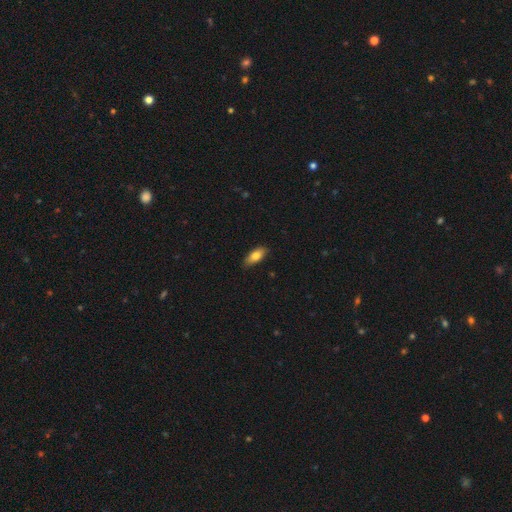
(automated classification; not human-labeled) The model was most divided on "smooth or featured": smooth: 78%, featured or disk: 15%, star or artifact: 7%. More confident: merging — none (82%); how rounded — in between (81%).